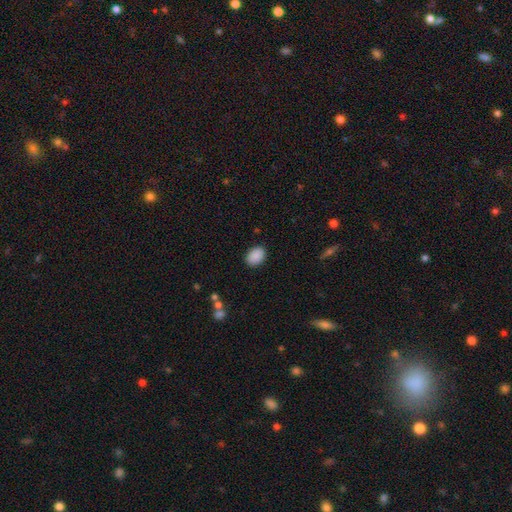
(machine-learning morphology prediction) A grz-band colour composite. It shows a smooth galaxy with no disk features (89%) that is in between round and cigar-shaped (74%). Merging: none (88%).